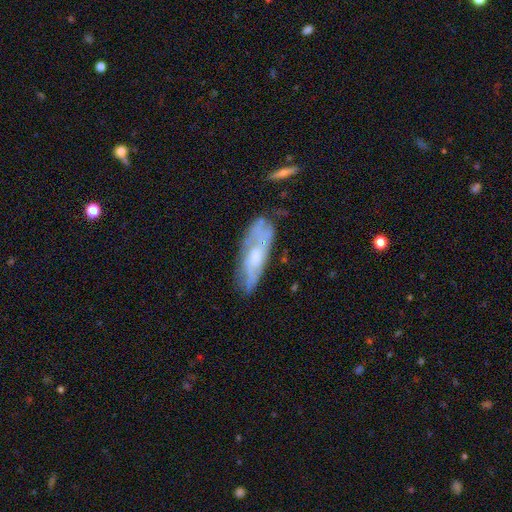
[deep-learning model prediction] Smooth or featured? featured or disk (61%)
Edge-on disk? no (76%)
Merging? none (55%)